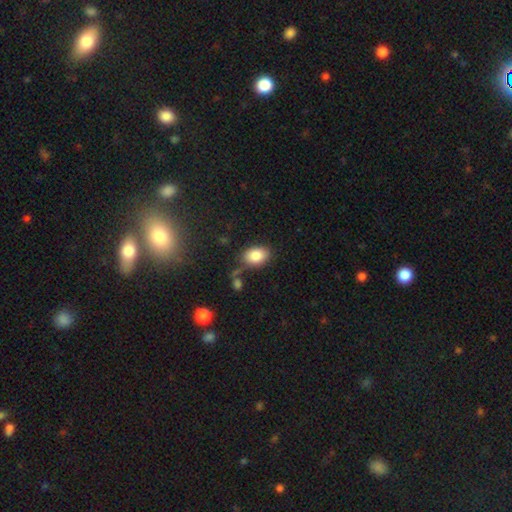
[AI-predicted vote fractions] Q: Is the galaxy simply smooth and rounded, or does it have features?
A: smooth — 84%.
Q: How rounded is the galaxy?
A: in between — 82%.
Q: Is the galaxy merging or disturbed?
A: none — 71%.